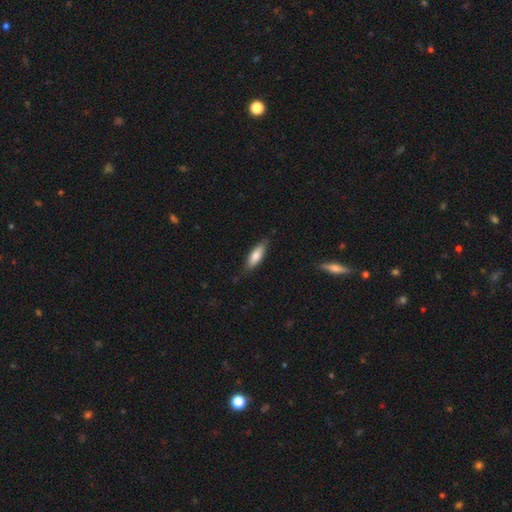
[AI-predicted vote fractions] smooth_or_featured: smooth (p=0.77) [alt: featured or disk p=0.17]
how_rounded: in between (p=0.55) [alt: cigar-shaped p=0.44]
merging: none (p=0.78) [alt: minor disturbance p=0.18]